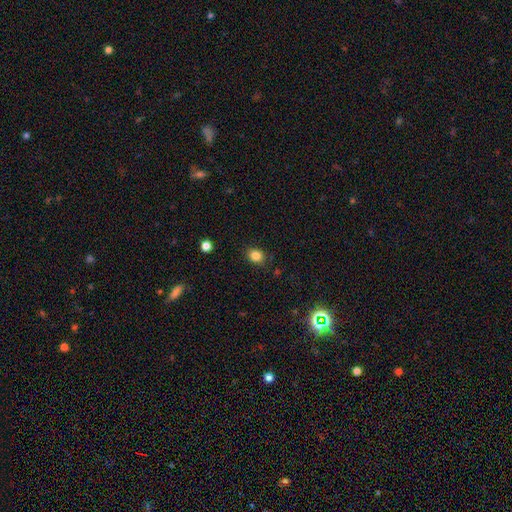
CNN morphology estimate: A smooth galaxy with no disk features (84%) that is round (61%).

Vote fractions:
- Smooth or featured? smooth: 84% / star or artifact: 12% / featured or disk: 5%
- How rounded? round: 61% / in between: 38% / cigar-shaped: 1%
- Merging? none: 86% / minor disturbance: 10% / major disturbance: 3% / merger: 1%